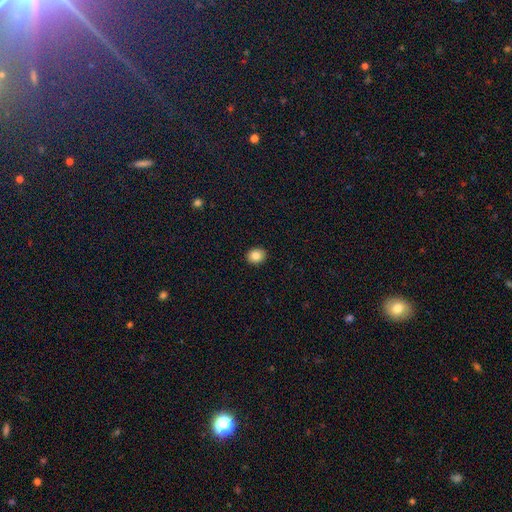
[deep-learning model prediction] Smooth or featured? Predicted: smooth (p=0.85). How rounded? Predicted: round (p=0.62). Merging? Predicted: none (p=0.92).